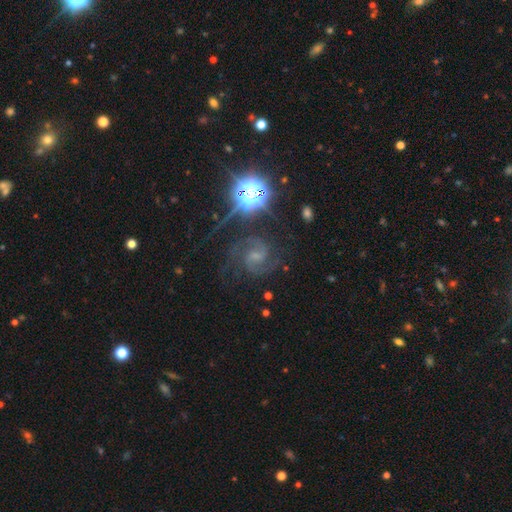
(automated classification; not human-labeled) This appears to be a featured or disk galaxy (78%) with a weak bar (50%), 2 (83%) medium (58%) spiral arms (97%) and a small central bulge (44%). Merging: none (71%).